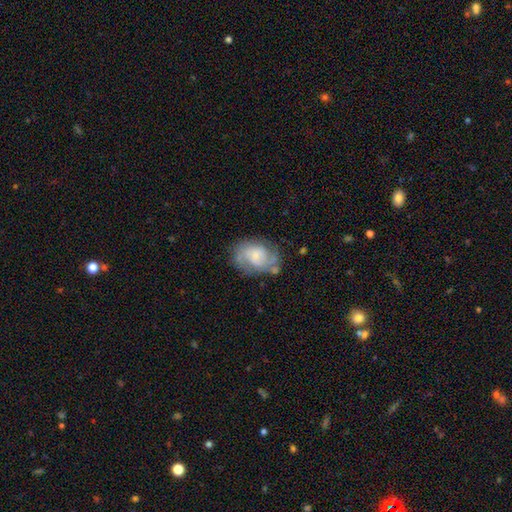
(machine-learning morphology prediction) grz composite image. It shows a featured or disk galaxy (63%) with no bar (62%), 2 (52%) medium (44%) spiral arms (84%) and a small central bulge (55%). Merging: none (58%).